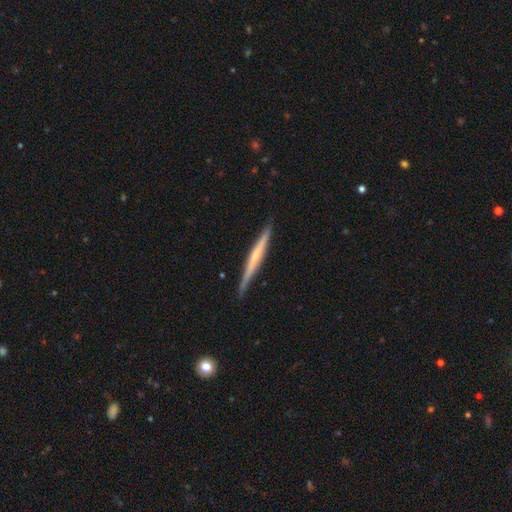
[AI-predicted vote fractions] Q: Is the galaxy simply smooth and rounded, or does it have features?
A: featured or disk — 66%.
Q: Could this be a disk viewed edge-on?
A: yes — 98%.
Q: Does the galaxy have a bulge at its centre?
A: rounded — 54%.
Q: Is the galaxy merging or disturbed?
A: none — 90%.